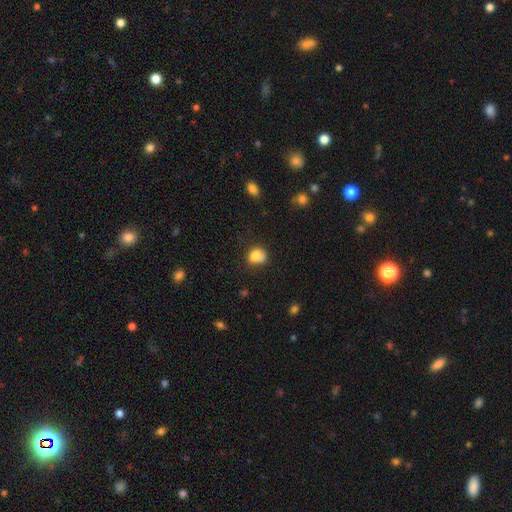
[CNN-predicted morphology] Smooth or featured?
  - smooth: 80% *
  - star or artifact: 10%
  - featured or disk: 10%
How rounded?
  - round: 59% *
  - in between: 40%
  - cigar-shaped: 1%
Merging?
  - none: 52% *
  - minor disturbance: 32%
  - major disturbance: 11%
  - merger: 6%